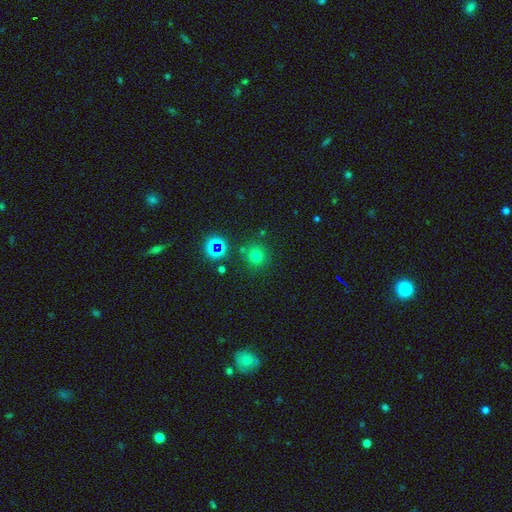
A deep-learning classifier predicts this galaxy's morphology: A smooth galaxy with no disk features (69%) that is round (93%).

Vote fractions:
- Smooth or featured? smooth: 69% / star or artifact: 24% / featured or disk: 7%
- How rounded? round: 93% / in between: 6% / cigar-shaped: 1%
- Merging? none: 82% / minor disturbance: 9% / merger: 6% / major disturbance: 3%